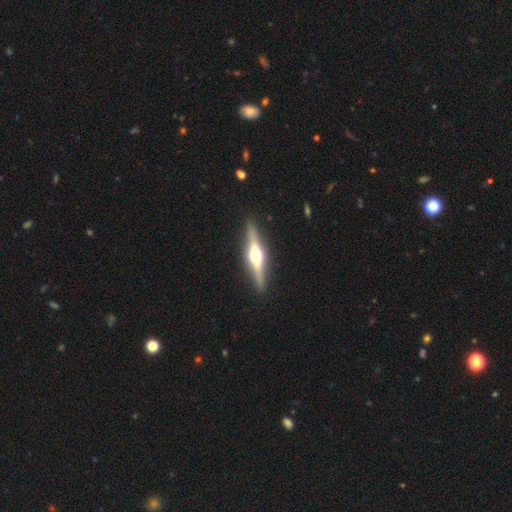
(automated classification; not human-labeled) This appears to be a featured or disk galaxy (78%) viewed edge-on (98%) with a rounded central bulge (94%). Merging: none (90%).